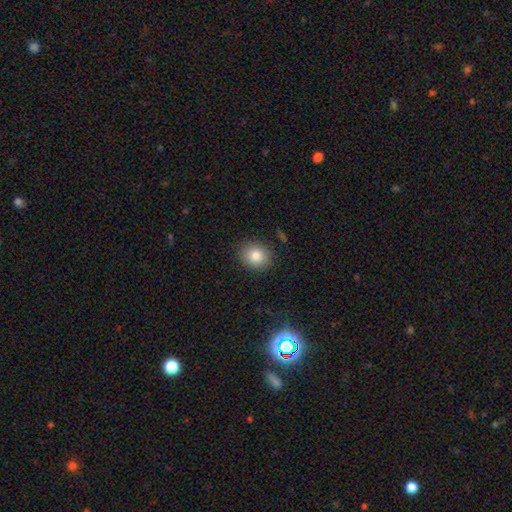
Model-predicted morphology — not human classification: Overall: smooth (82%). How rounded: round (73%). Merging: none (89%).